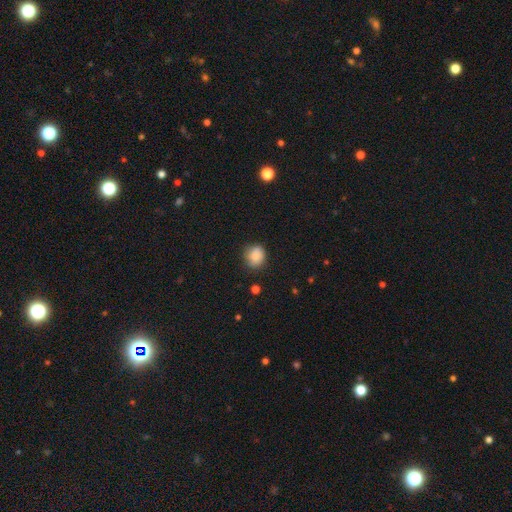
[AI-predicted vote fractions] Q: Smooth or featured?
A: smooth (84%); runner-up: star or artifact (9%)
Q: How rounded?
A: round (74%); runner-up: in between (25%)
Q: Merging?
A: none (77%); runner-up: minor disturbance (18%)